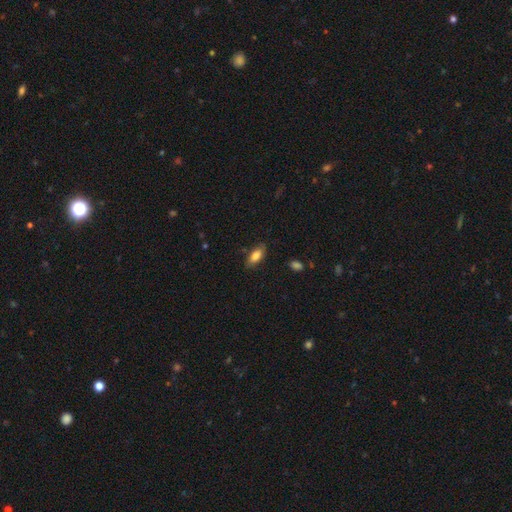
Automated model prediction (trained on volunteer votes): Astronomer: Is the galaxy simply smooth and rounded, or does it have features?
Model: smooth — 78%.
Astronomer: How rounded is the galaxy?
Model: in between — 86%.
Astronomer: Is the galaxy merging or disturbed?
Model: none — 77%.